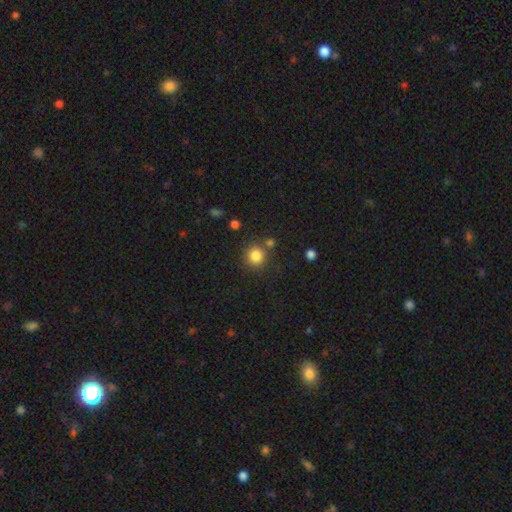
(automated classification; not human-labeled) This is clearly a smooth galaxy (84%). How rounded: clearly round (89%). Merging: likely none (78%).